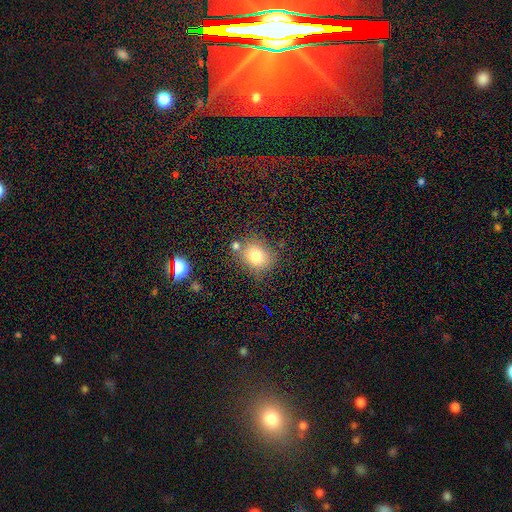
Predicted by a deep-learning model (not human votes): The model was most divided on "how rounded": round: 65%, in between: 34%, cigar-shaped: 1%. More confident: smooth or featured — smooth (77%); merging — none (70%).